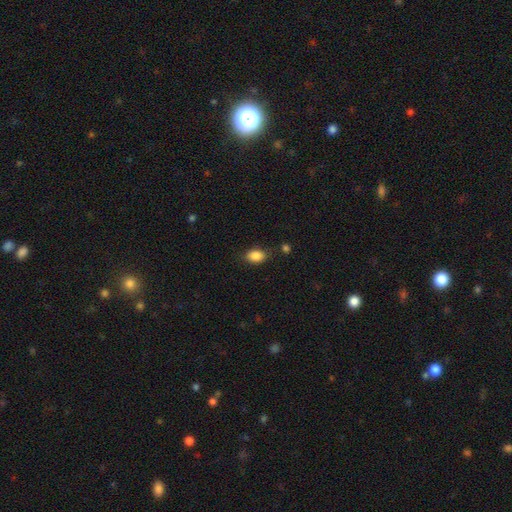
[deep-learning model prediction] Smooth or featured?
  - smooth: 86% *
  - star or artifact: 9%
  - featured or disk: 5%
How rounded?
  - in between: 81% *
  - round: 17%
  - cigar-shaped: 2%
Merging?
  - none: 77% *
  - minor disturbance: 15%
  - major disturbance: 4%
  - merger: 3%